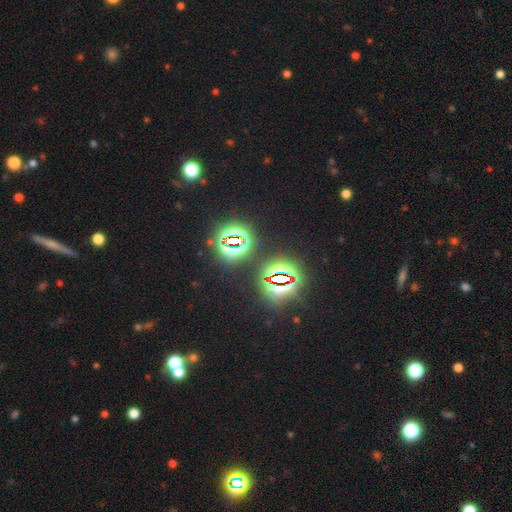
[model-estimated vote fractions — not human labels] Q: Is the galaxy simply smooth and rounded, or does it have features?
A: star or artifact — 76%.